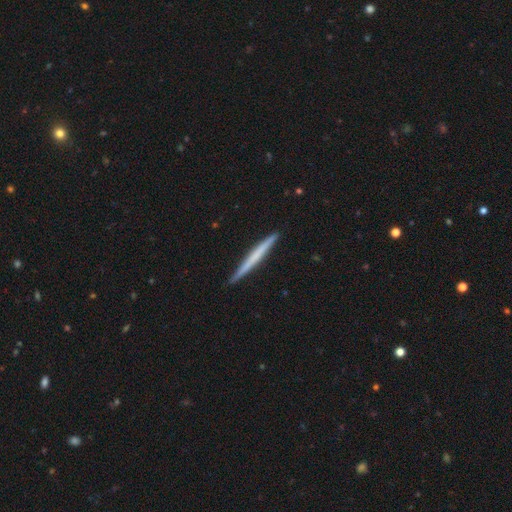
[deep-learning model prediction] A smooth galaxy with no disk features (48%).

Vote fractions:
- Smooth or featured? smooth: 48% / featured or disk: 47% / star or artifact: 5%
- Merging? none: 91% / minor disturbance: 7% / major disturbance: 1% / merger: 1%